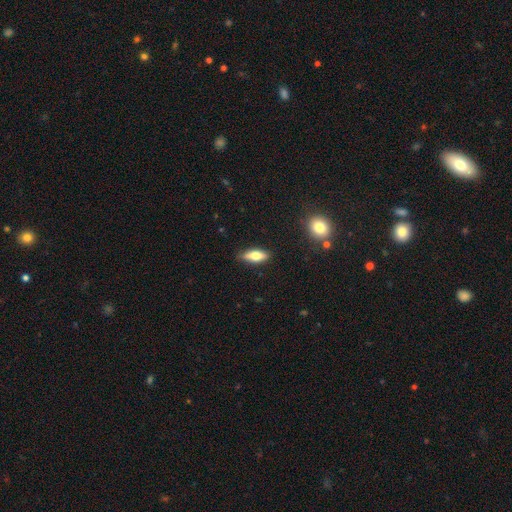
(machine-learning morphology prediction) smooth-or-featured: smooth: 67% | featured or disk: 26% | star or artifact: 7%
  how-rounded: in between: 69% | cigar-shaped: 28% | round: 3%
  merging: none: 85% | minor disturbance: 12% | major disturbance: 2% | merger: 1%